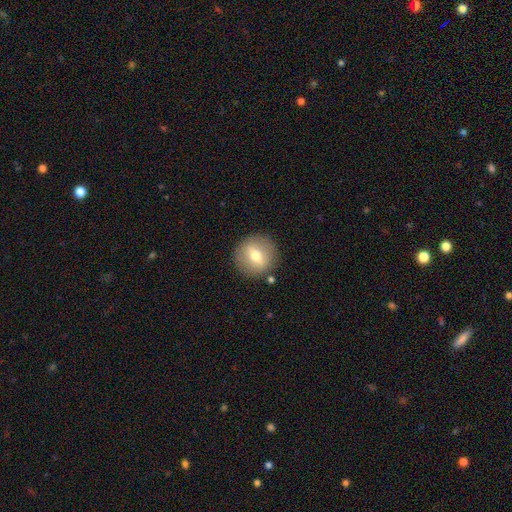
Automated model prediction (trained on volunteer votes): A smooth galaxy with no disk features (61%) that is round (90%).

Vote fractions:
- Smooth or featured? smooth: 61% / featured or disk: 31% / star or artifact: 9%
- How rounded? round: 90% / in between: 9% / cigar-shaped: 1%
- Merging? none: 87% / minor disturbance: 8% / major disturbance: 3% / merger: 2%